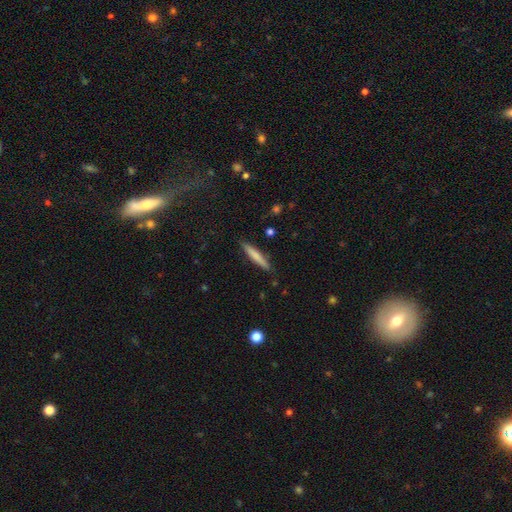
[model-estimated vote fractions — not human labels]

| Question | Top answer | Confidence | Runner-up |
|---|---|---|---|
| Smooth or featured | smooth | 70% | featured or disk (24%) |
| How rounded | cigar-shaped | 92% | in between (6%) |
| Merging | none | 88% | minor disturbance (9%) |